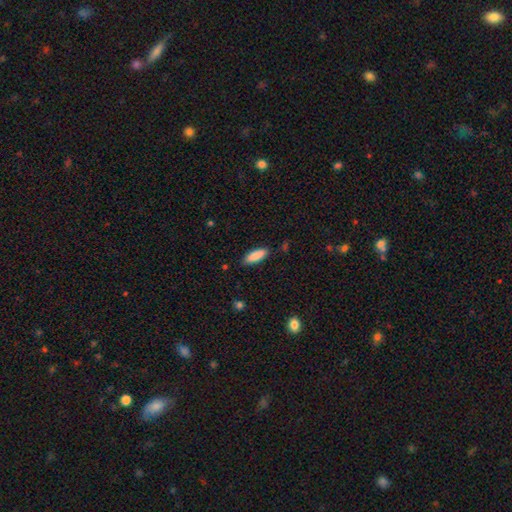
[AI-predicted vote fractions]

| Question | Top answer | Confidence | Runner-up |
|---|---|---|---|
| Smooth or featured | smooth | 87% | featured or disk (6%) |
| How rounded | in between | 63% | cigar-shaped (35%) |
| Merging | none | 85% | minor disturbance (11%) |